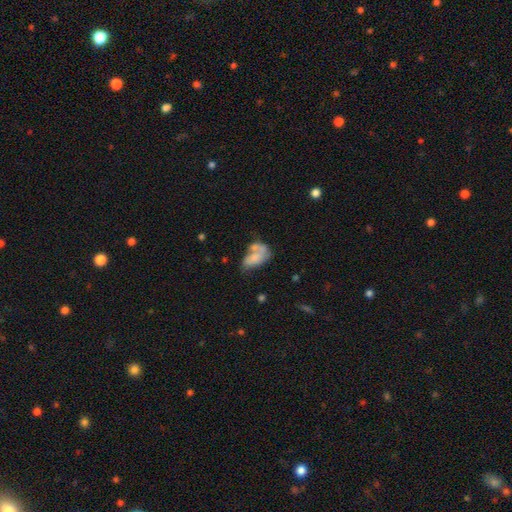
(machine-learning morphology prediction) A smooth galaxy with no disk features (63%) that is in between round and cigar-shaped (89%). Merging: merger (43%).